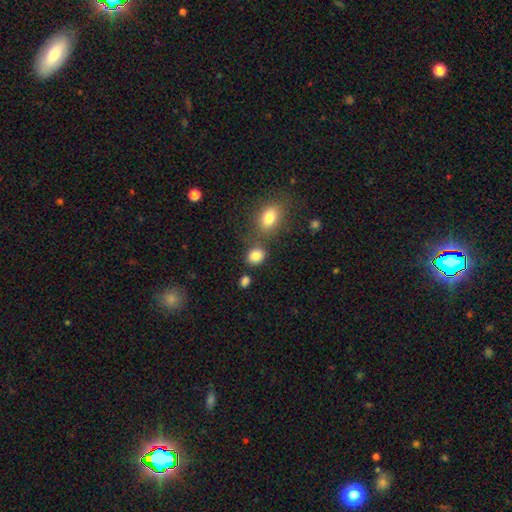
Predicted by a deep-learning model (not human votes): Smooth or featured?
  - smooth: 84% *
  - star or artifact: 11%
  - featured or disk: 6%
How rounded?
  - round: 56% *
  - in between: 43%
  - cigar-shaped: 1%
Merging?
  - none: 71% *
  - merger: 13%
  - minor disturbance: 12%
  - major disturbance: 4%